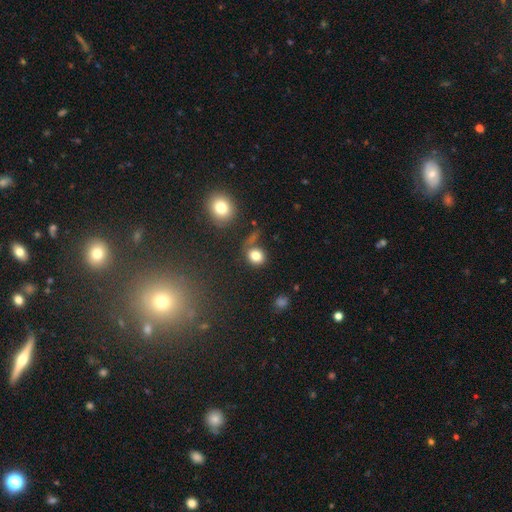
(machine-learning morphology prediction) A smooth galaxy with no disk features (81%) that is round (68%). Merging: none (65%).